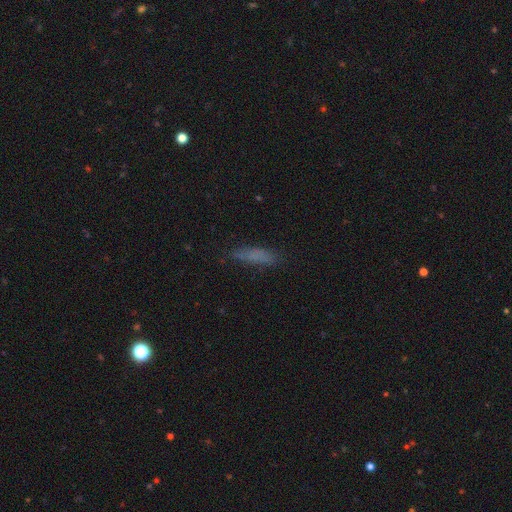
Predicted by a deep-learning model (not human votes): smooth_or_featured: smooth (p=0.71) [alt: featured or disk p=0.16]
how_rounded: cigar-shaped (p=0.72) [alt: in between p=0.25]
merging: none (p=0.73) [alt: minor disturbance p=0.19]